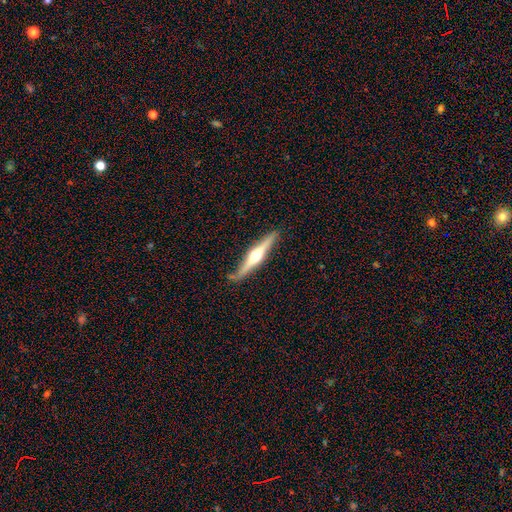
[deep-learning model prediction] The model was most divided on "smooth or featured": featured or disk: 74%, smooth: 22%, star or artifact: 5%. More confident: edge-on disk — yes (97%); edge-on bulge — rounded (94%); merging — none (84%).